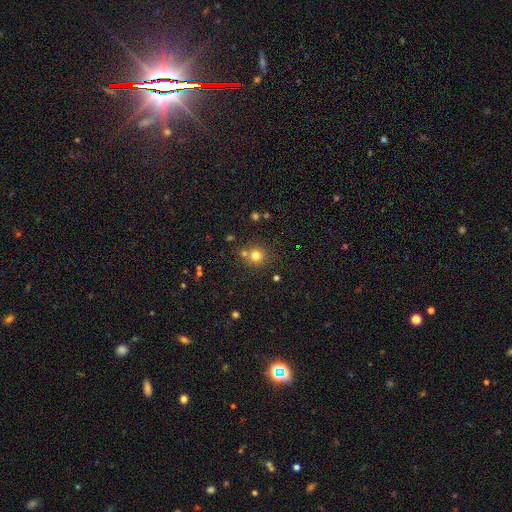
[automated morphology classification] Q: Smooth or featured?
A: smooth (75%); runner-up: star or artifact (17%)
Q: How rounded?
A: round (91%); runner-up: in between (8%)
Q: Merging?
A: none (71%); runner-up: merger (17%)